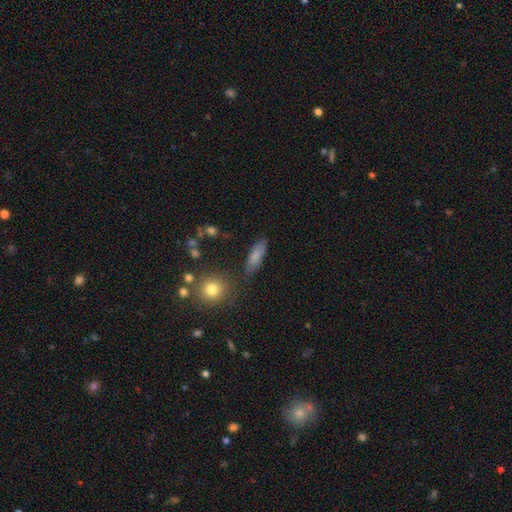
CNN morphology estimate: Smooth or featured? Predicted: smooth (p=0.79). How rounded? Predicted: in between (p=0.57). Merging? Predicted: none (p=0.75).